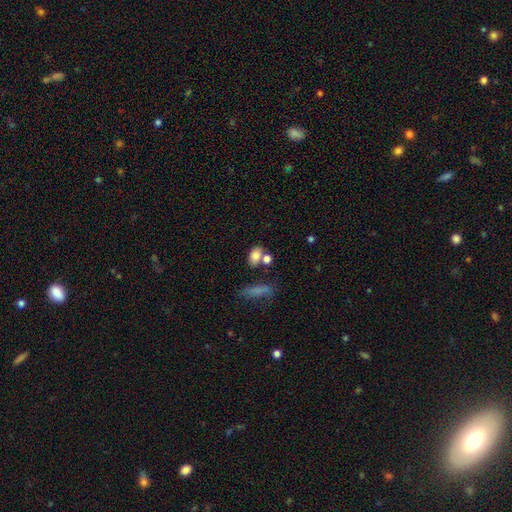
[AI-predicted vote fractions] Morphology: type=smooth (80%); roundness=in between (79%); merging=none (51%).